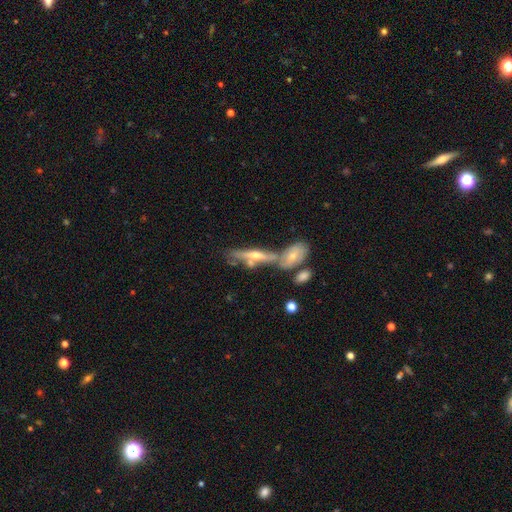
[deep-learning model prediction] smooth_or_featured: featured or disk (p=0.69) [alt: smooth p=0.22]
disk_edge_on: yes (p=0.80) [alt: no p=0.20]
edge_on_bulge: rounded (p=0.87) [alt: none p=0.09]
merging: none (p=0.43) [alt: merger p=0.38]